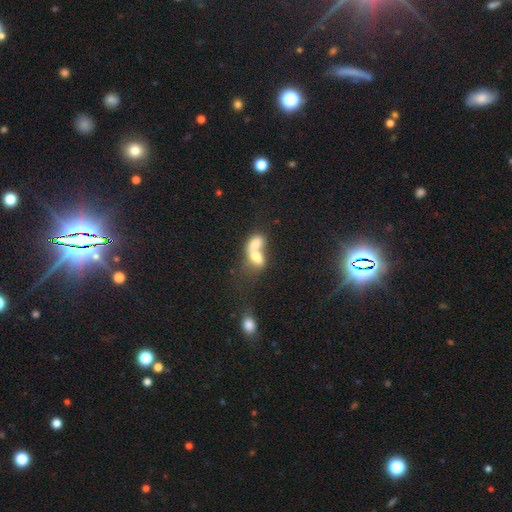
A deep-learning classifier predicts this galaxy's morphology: This is likely a smooth galaxy (65%). How rounded: likely in between (76%). Merging: clearly merger (80%).